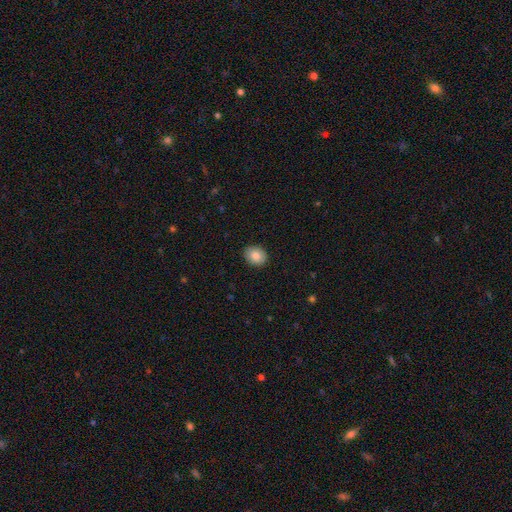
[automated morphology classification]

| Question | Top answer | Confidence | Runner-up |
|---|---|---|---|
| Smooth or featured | smooth | 84% | featured or disk (8%) |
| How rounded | in between | 50% | tied: round (50%) |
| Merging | none | 89% | minor disturbance (8%) |